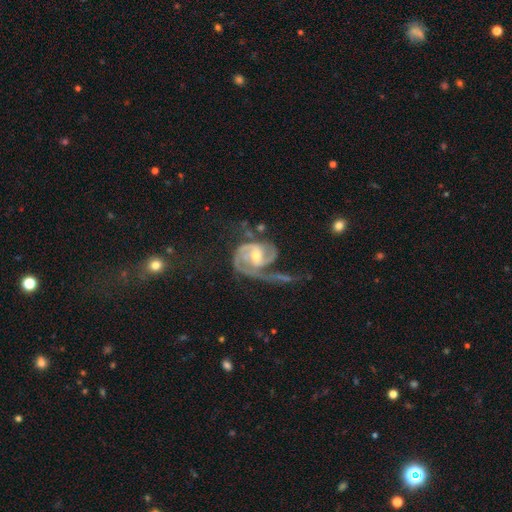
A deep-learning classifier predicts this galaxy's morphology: Smooth or featured: featured or disk — 89% (smooth — 6%)
Edge-on disk: no — 98% (yes — 2%)
Bar: no — 44% (weak — 42%)
Spiral arms: yes — 96% (no — 4%)
Spiral winding: medium — 42% (tight — 38%)
Spiral arm count: 2 — 60% (1 — 14%)
Bulge size: moderate — 58% (small — 38%)
Merging: major disturbance — 41% (none — 33%)